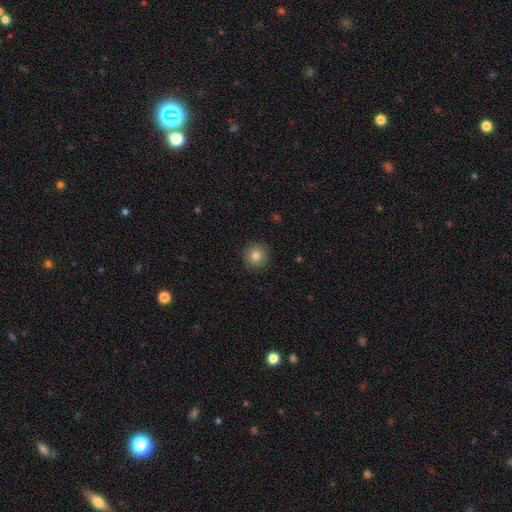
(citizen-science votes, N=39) smooth_or_featured: smooth (p=0.95) [alt: featured or disk p=0.05]
how_rounded: round (p=0.95) [alt: in between p=0.05]
merging: none (p=0.90) [alt: major disturbance p=0.05]